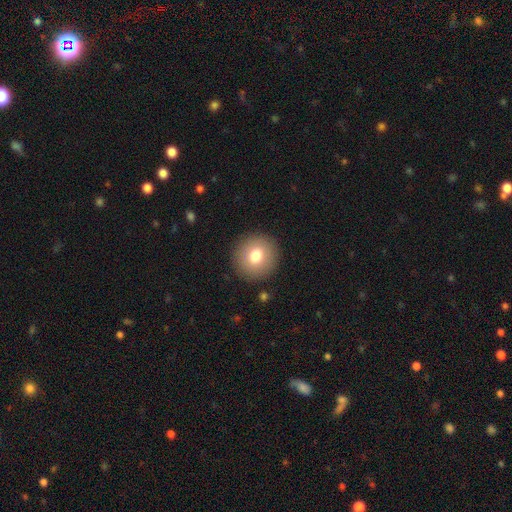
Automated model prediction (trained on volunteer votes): This is likely a smooth galaxy (77%). How rounded: clearly round (93%). Merging: clearly none (90%).